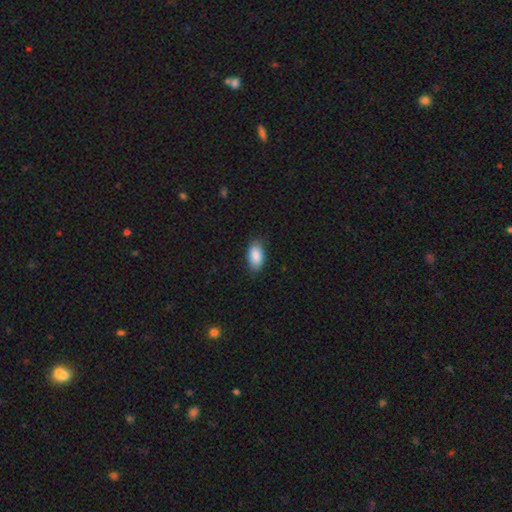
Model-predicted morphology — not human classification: A smooth galaxy with no disk features (89%) that is in between round and cigar-shaped (94%).

Vote fractions:
- Smooth or featured? smooth: 89% / star or artifact: 6% / featured or disk: 5%
- How rounded? in between: 94% / cigar-shaped: 3% / round: 3%
- Merging? none: 84% / minor disturbance: 12% / major disturbance: 2% / merger: 1%